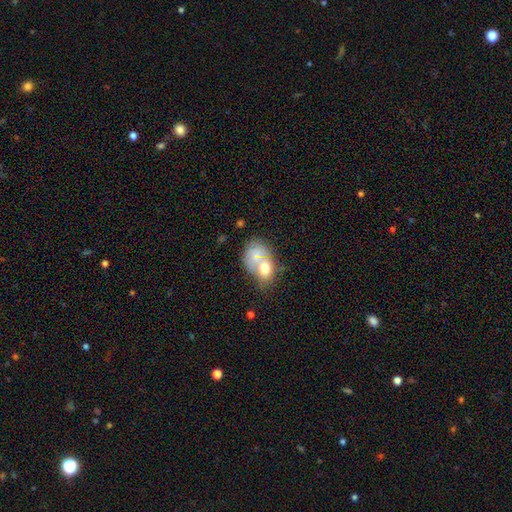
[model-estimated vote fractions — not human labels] Q: Smooth or featured?
A: smooth (62%); runner-up: featured or disk (29%)
Q: How rounded?
A: in between (58%); runner-up: round (40%)
Q: Merging?
A: merger (63%); runner-up: none (19%)